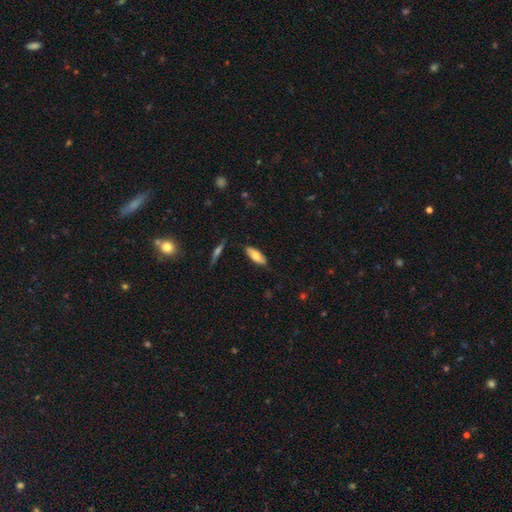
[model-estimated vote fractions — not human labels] The model was most divided on "how rounded": in between: 71%, cigar-shaped: 27%, round: 2%. More confident: merging — none (81%); smooth or featured — smooth (70%).